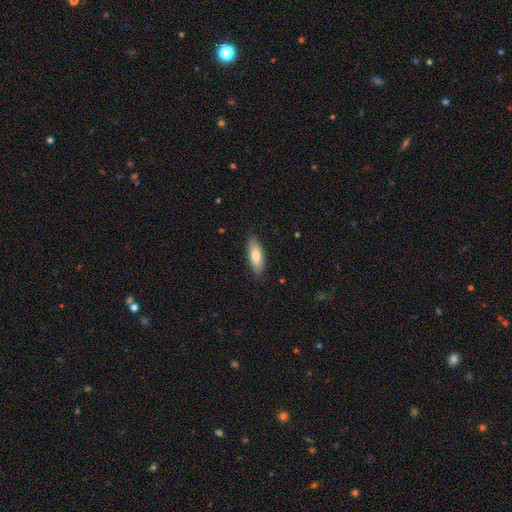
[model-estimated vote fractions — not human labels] Overall: smooth (76%). How rounded: in between (67%; cigar-shaped 31%). Merging: none (86%).